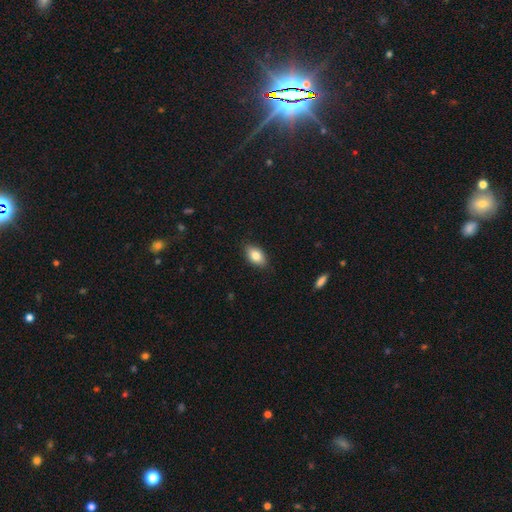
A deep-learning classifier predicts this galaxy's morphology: The model was most divided on "smooth or featured": smooth: 82%, featured or disk: 11%, star or artifact: 7%. More confident: how rounded — in between (90%); merging — none (86%).